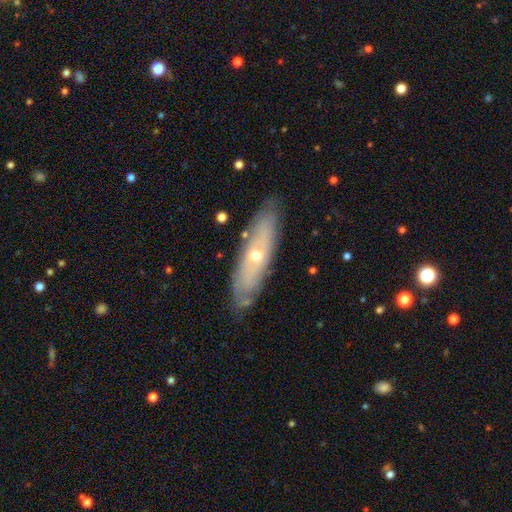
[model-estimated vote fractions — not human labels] Smooth or featured?
  - featured or disk: 69% *
  - smooth: 25%
  - star or artifact: 7%
Edge-on disk?
  - no: 65% *
  - yes: 35%
Merging?
  - none: 80% *
  - minor disturbance: 15%
  - major disturbance: 3%
  - merger: 2%